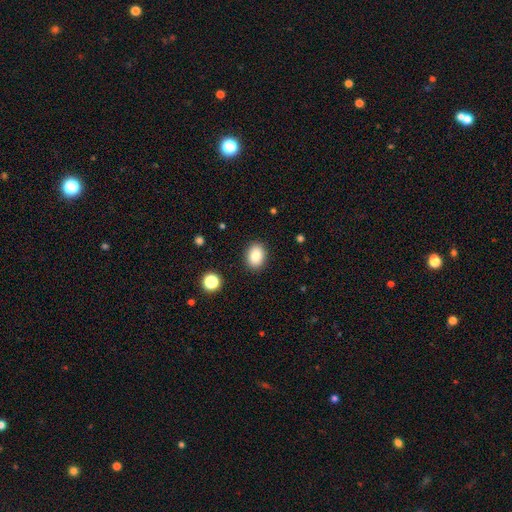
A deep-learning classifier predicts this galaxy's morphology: This is clearly a smooth galaxy (83%). How rounded: possibly in between (58%). Merging: clearly none (89%).